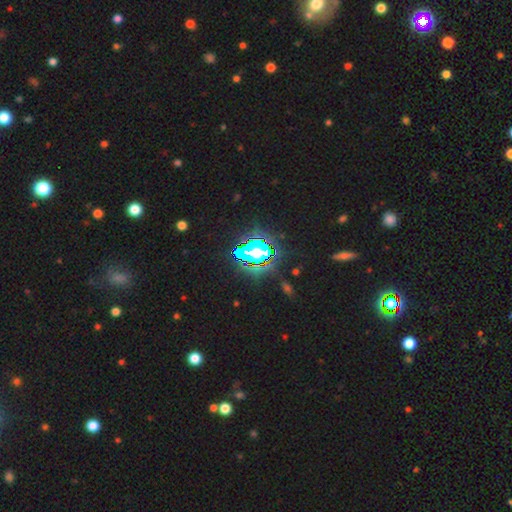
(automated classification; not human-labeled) star or artifact 80%, smooth 12%, featured or disk 8%.